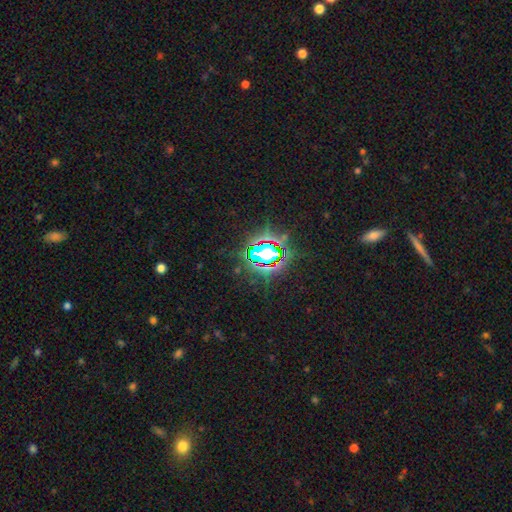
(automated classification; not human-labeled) smooth-or-featured: star or artifact: 75% | smooth: 14% | featured or disk: 11%